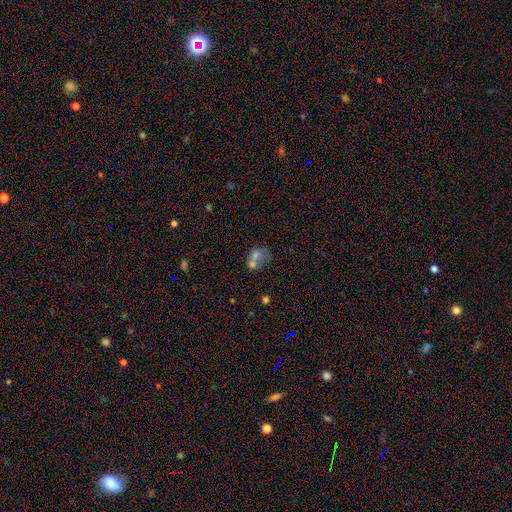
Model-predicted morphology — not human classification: Smooth or featured: smooth — 56% (featured or disk — 25%)
How rounded: in between — 52% (round — 47%)
Merging: merger — 54% (none — 25%)